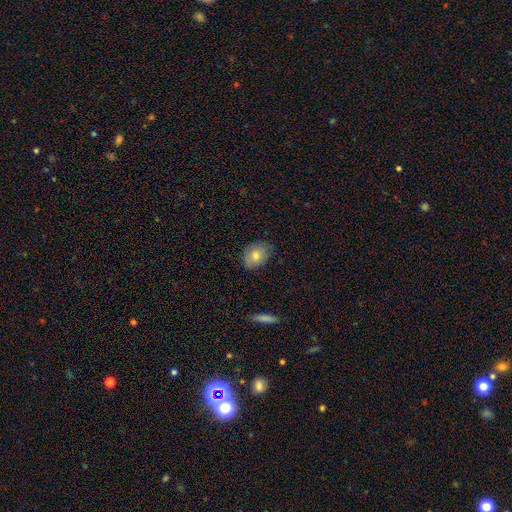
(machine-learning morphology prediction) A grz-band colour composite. It shows a smooth galaxy with no disk features (75%) that is in between round and cigar-shaped (66%). Merging: none (75%).